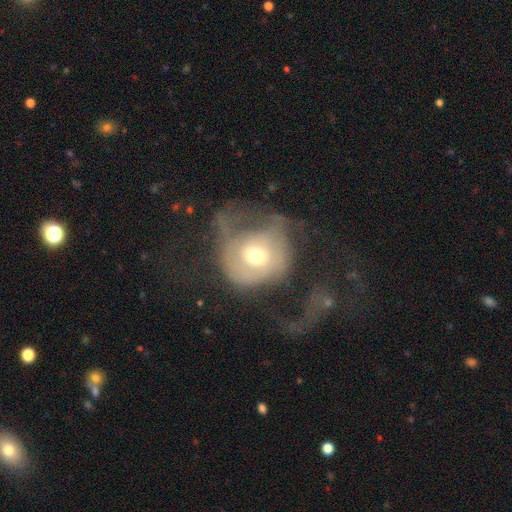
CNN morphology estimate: Q: Smooth or featured?
A: featured or disk (51%); runner-up: smooth (41%)
Q: Edge-on disk?
A: no (96%); runner-up: yes (4%)
Q: Merging?
A: major disturbance (64%); runner-up: none (18%)